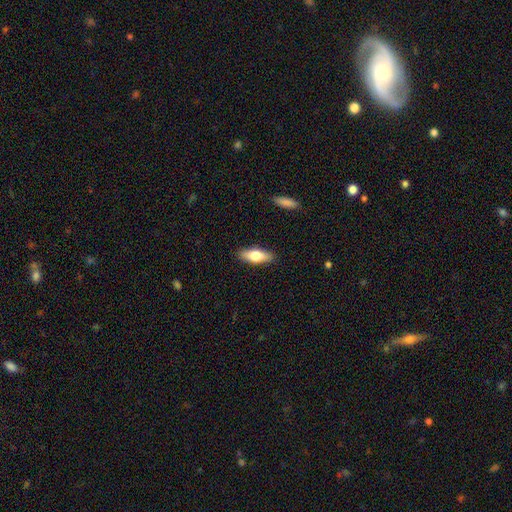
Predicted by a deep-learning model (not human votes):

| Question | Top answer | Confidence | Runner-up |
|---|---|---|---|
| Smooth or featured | smooth | 67% | featured or disk (27%) |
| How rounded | in between | 67% | cigar-shaped (30%) |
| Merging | none | 89% | minor disturbance (8%) |